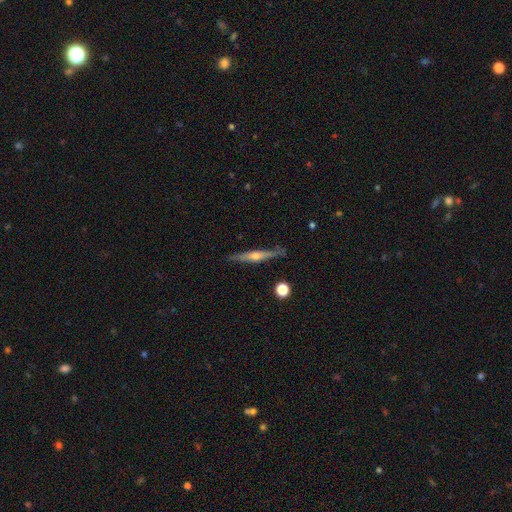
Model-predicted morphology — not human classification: The model was most divided on "smooth or featured": featured or disk: 70%, smooth: 24%, star or artifact: 6%. More confident: edge-on disk — yes (97%); edge-on bulge — rounded (87%); merging — none (85%).